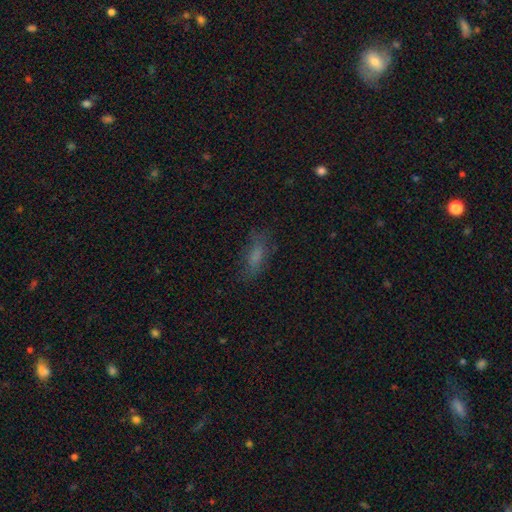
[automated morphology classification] A smooth galaxy with no disk features (67%) that is in between round and cigar-shaped (67%).

Vote fractions:
- Smooth or featured? smooth: 67% / featured or disk: 18% / star or artifact: 15%
- How rounded? in between: 67% / cigar-shaped: 29% / round: 4%
- Merging? none: 68% / minor disturbance: 20% / major disturbance: 10% / merger: 2%